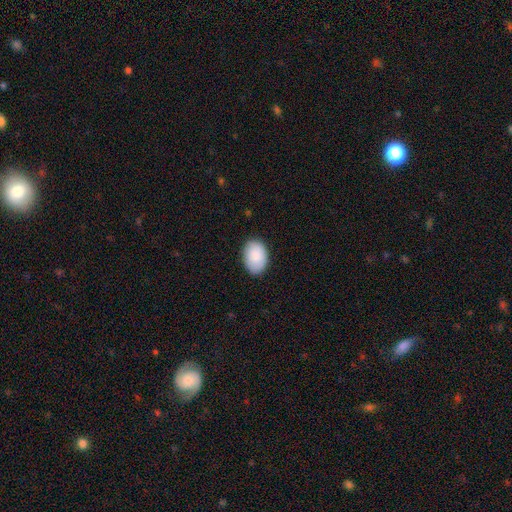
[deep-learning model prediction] Smooth or featured? smooth (89%)
How rounded? in between (84%)
Merging? none (86%)